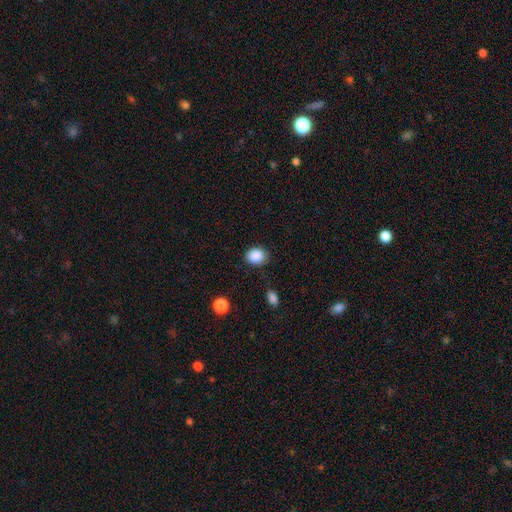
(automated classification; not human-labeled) smooth-or-featured: smooth: 88% | star or artifact: 9% | featured or disk: 3%
  how-rounded: round: 56% | in between: 43% | cigar-shaped: 1%
  merging: none: 83% | minor disturbance: 12% | major disturbance: 3% | merger: 2%